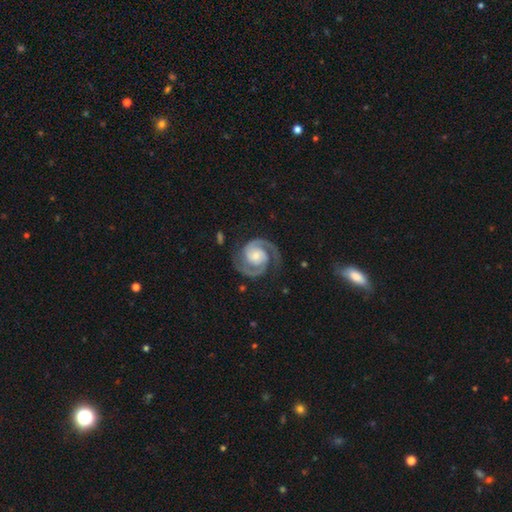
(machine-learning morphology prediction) Q: Smooth or featured?
A: featured or disk (93%); runner-up: star or artifact (4%)
Q: Edge-on disk?
A: no (98%); runner-up: yes (2%)
Q: Bar?
A: no (63%); runner-up: weak (27%)
Q: Spiral arms?
A: yes (99%); runner-up: no (1%)
Q: Spiral winding?
A: medium (47%); runner-up: tight (46%)
Q: Spiral arm count?
A: 2 (94%); runner-up: can't tell (2%)
Q: Bulge size?
A: small (42%); runner-up: moderate (38%)
Q: Merging?
A: none (79%); runner-up: minor disturbance (13%)